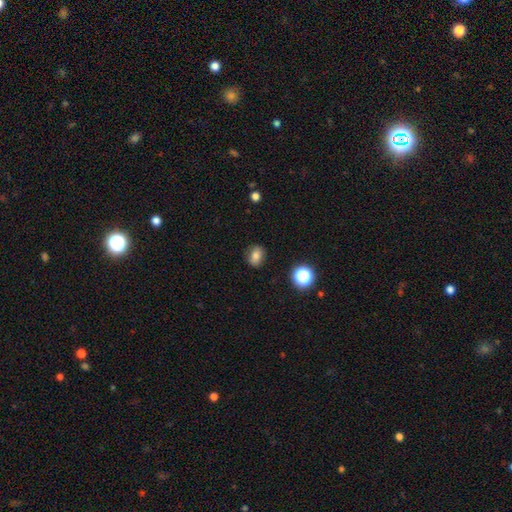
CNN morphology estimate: Smooth or featured?
  - smooth: 77% *
  - star or artifact: 13%
  - featured or disk: 10%
How rounded?
  - round: 54% *
  - in between: 45%
  - cigar-shaped: 1%
Merging?
  - none: 85% *
  - minor disturbance: 11%
  - major disturbance: 3%
  - merger: 2%